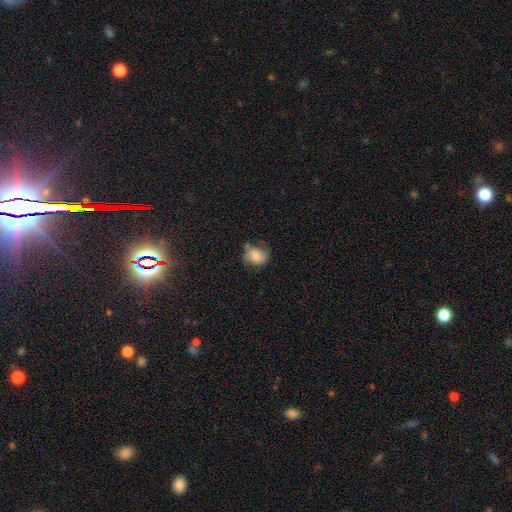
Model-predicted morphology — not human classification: A smooth galaxy with no disk features (58%) that is round (54%).

Vote fractions:
- Smooth or featured? smooth: 58% / featured or disk: 33% / star or artifact: 9%
- How rounded? round: 54% / in between: 45% / cigar-shaped: 1%
- Merging? none: 51% / minor disturbance: 29% / major disturbance: 13% / merger: 8%